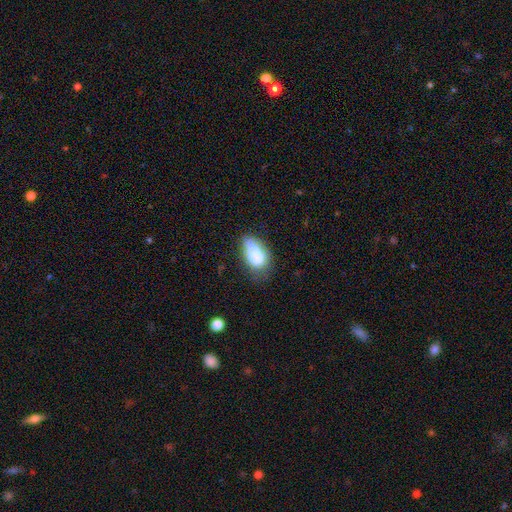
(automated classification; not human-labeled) smooth 73%, featured or disk 18%, star or artifact 9%. Down the decision tree: how rounded — in between (88%); merging — none (39%).